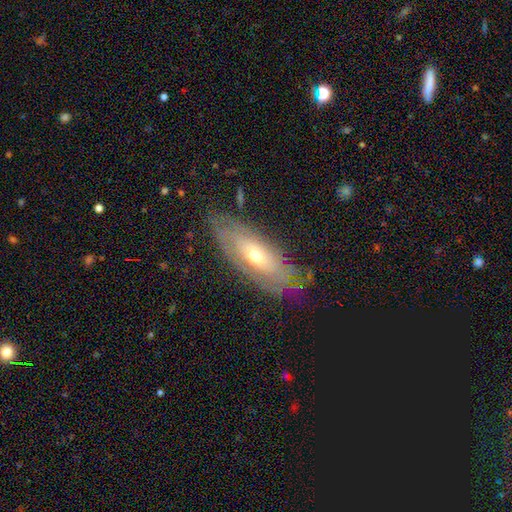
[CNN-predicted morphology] Q: Smooth or featured?
A: featured or disk (66%); runner-up: smooth (27%)
Q: Edge-on disk?
A: no (78%); runner-up: yes (22%)
Q: Bar?
A: no (81%); runner-up: weak (14%)
Q: Spiral arms?
A: yes (63%); runner-up: no (37%)
Q: Bulge size?
A: moderate (52%); runner-up: small (42%)
Q: Merging?
A: none (73%); runner-up: minor disturbance (18%)